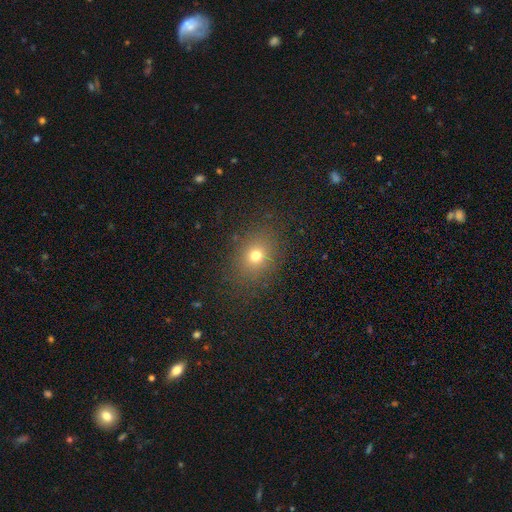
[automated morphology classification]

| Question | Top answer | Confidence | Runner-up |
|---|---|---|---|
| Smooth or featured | smooth | 72% | star or artifact (18%) |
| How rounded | round | 56% | in between (43%) |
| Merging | none | 85% | minor disturbance (10%) |